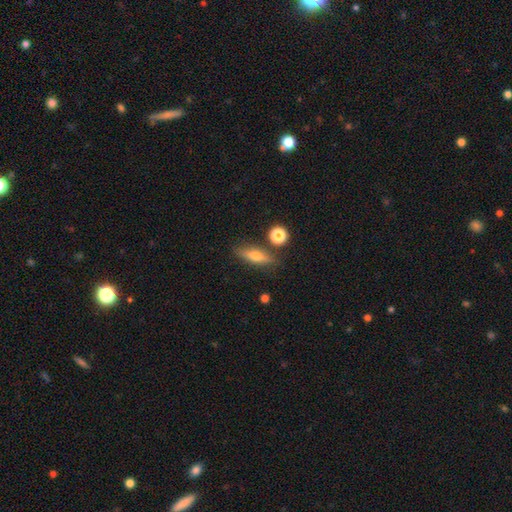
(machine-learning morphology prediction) Smooth or featured? smooth (58%)
How rounded? cigar-shaped (54%)
Merging? none (80%)